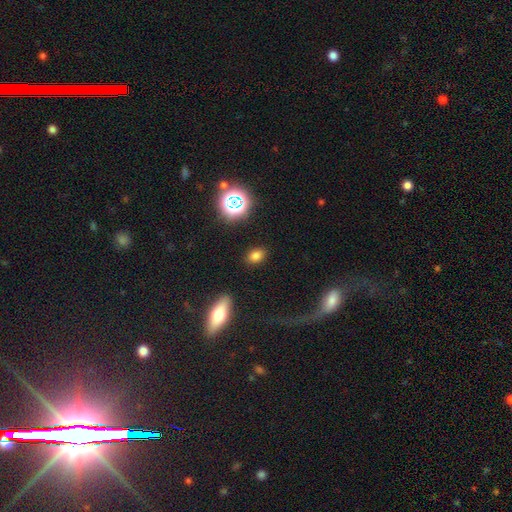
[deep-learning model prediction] The model was most divided on "how rounded": in between: 74%, round: 23%, cigar-shaped: 2%. More confident: merging — none (87%); smooth or featured — smooth (76%).